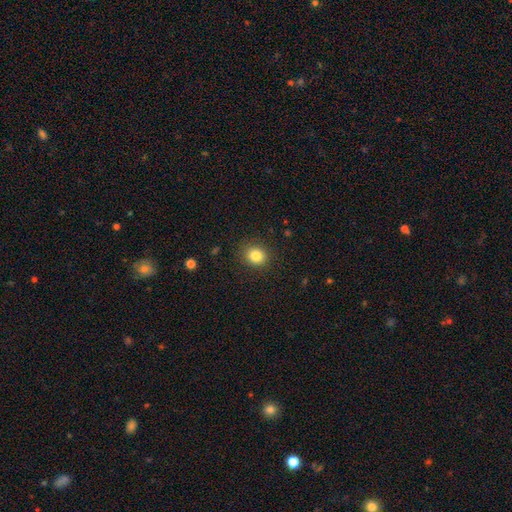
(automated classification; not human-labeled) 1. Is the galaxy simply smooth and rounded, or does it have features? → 83% smooth, 11% star or artifact, 6% featured or disk.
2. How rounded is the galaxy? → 75% round, 24% in between, 1% cigar-shaped.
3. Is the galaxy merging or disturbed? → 88% none, 8% minor disturbance, 3% major disturbance, 1% merger.